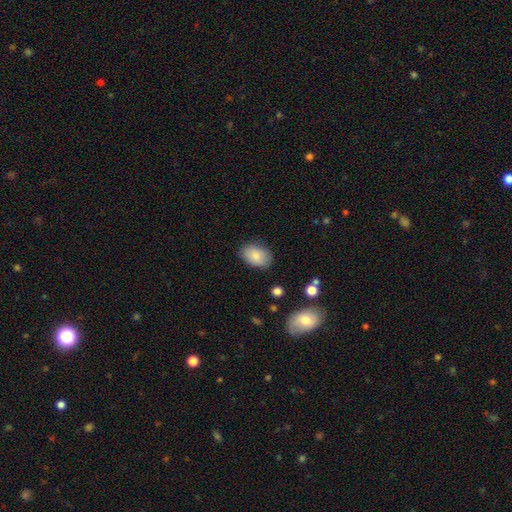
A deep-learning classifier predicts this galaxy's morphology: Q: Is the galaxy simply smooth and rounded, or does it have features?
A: smooth — 84%.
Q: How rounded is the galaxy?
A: in between — 83%.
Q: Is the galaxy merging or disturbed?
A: none — 82%.